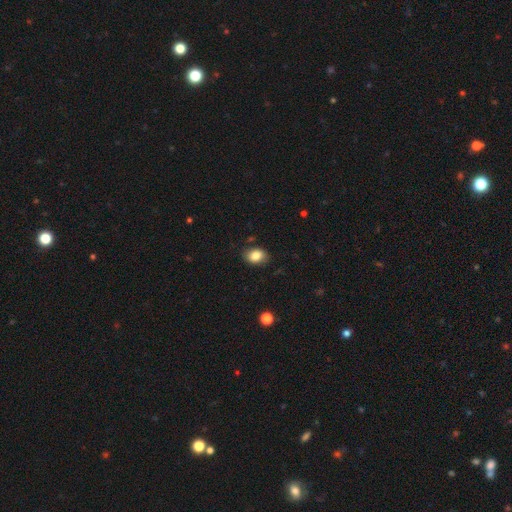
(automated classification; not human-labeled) Morphology: type=smooth (84%); roundness=in between (68%); merging=none (83%).